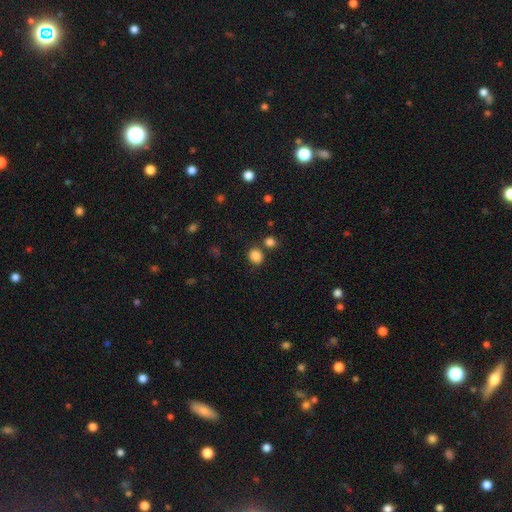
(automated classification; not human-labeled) A smooth galaxy with no disk features (85%) that is round (66%). Merging: none (75%).